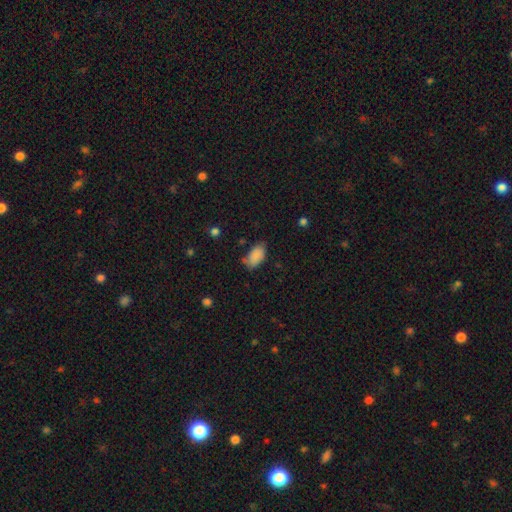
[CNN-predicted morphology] Overall: smooth (87%). How rounded: in between (94%). Merging: none (68%).